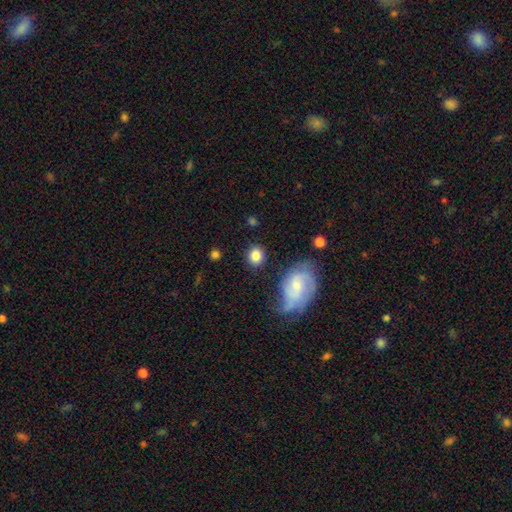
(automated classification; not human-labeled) Morphology: type=smooth (82%); roundness=round (79%); merging=none (82%).